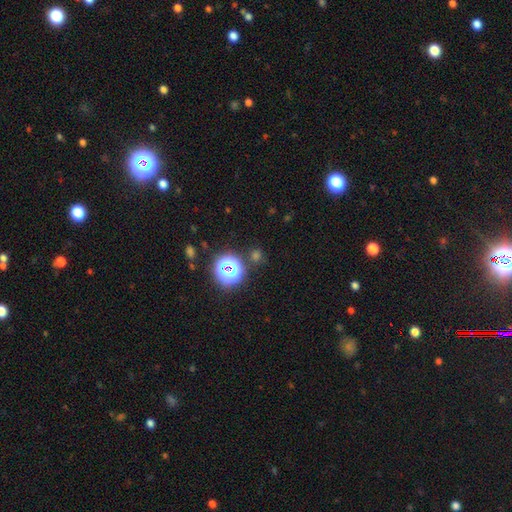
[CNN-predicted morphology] star or artifact 49%, smooth 44%, featured or disk 7%.